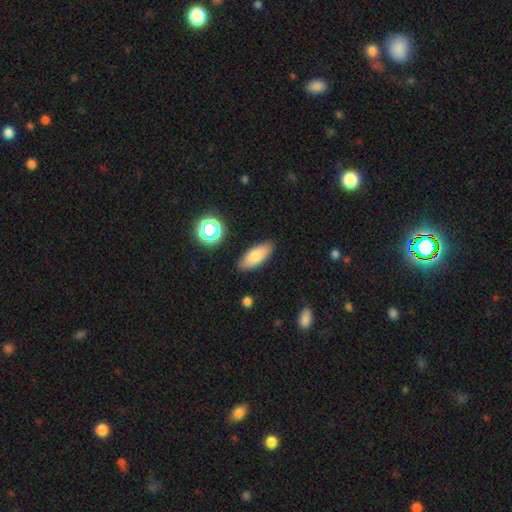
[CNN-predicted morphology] type=smooth (79%); roundness=in between (77%); merging=none (86%).